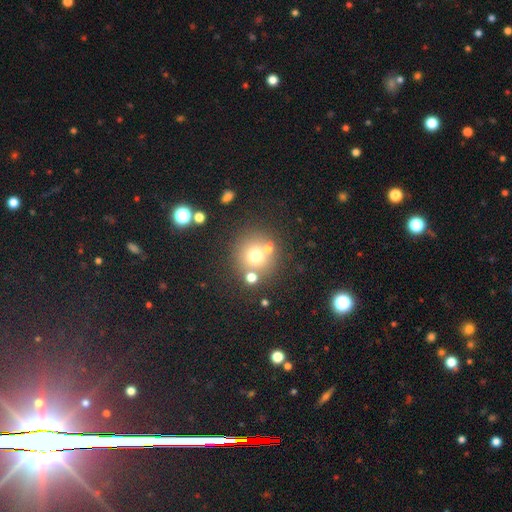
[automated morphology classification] A smooth galaxy with no disk features (68%) that is round (92%). Merging: none (70%).